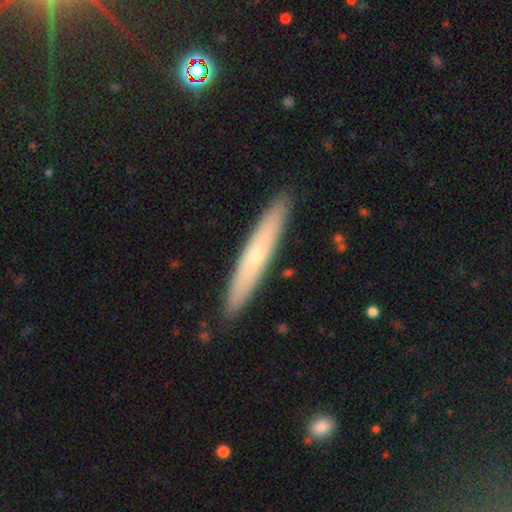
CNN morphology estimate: smooth_or_featured: smooth (p=0.50) [alt: featured or disk p=0.44]
how_rounded: cigar-shaped (p=0.93) [alt: in between p=0.06]
merging: none (p=0.90) [alt: minor disturbance p=0.07]